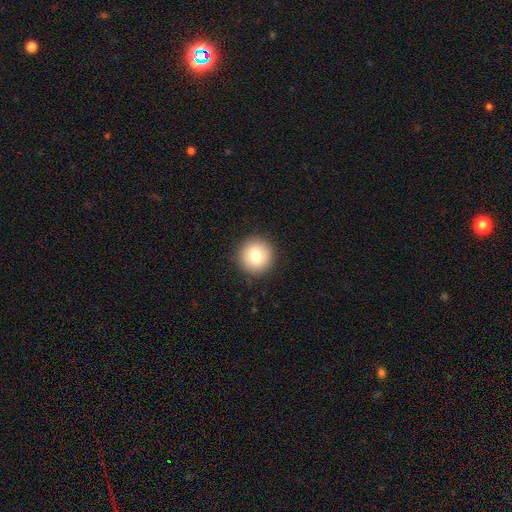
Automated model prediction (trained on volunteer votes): This appears to be a smooth galaxy with no disk features (79%) that is round (94%). Merging: none (91%).